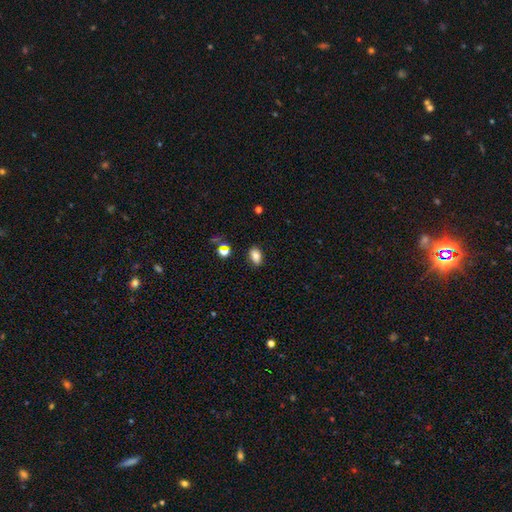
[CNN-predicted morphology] The model was most divided on "smooth or featured": smooth: 79%, star or artifact: 12%, featured or disk: 9%. More confident: how rounded — in between (85%); merging — none (83%).